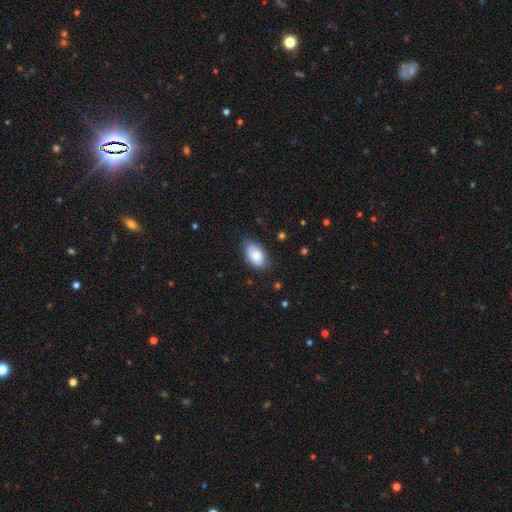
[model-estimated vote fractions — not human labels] Overall: smooth (81%). How rounded: in between (93%). Merging: none (72%).